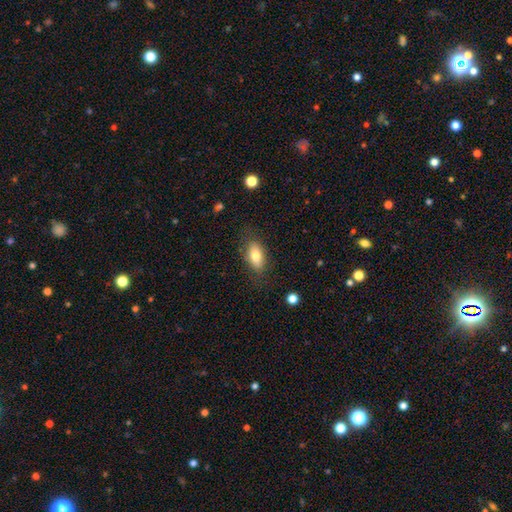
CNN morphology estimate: smooth_or_featured: smooth (p=0.75) [alt: featured or disk p=0.17]
how_rounded: in between (p=0.88) [alt: cigar-shaped p=0.07]
merging: none (p=0.79) [alt: minor disturbance p=0.15]